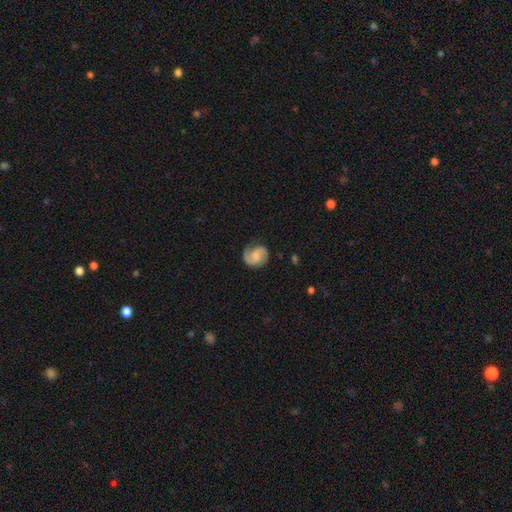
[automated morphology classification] Overall: featured or disk (69%). Edge-on disk: no (98%). Bar: no (56%; weak 38%). Spiral arms: yes (95%). Spiral arm count: 2 (68%). Spiral winding: medium (46%; tight 32%). Bulge size: small (34%; moderate 31%). Merging: none (70%).